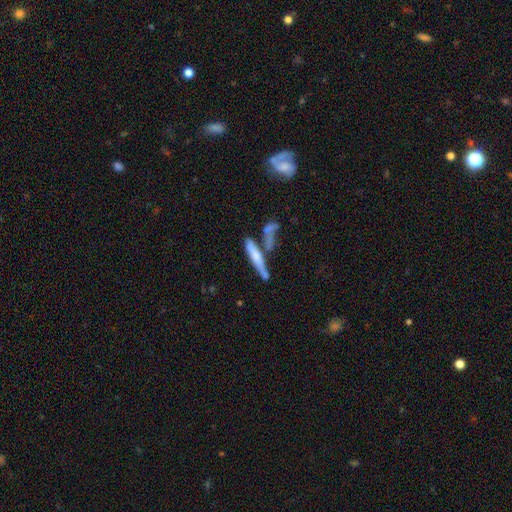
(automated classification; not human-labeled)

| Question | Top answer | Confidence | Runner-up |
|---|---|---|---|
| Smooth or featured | smooth | 47% | featured or disk (46%) |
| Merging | none | 49% | merger (26%) |